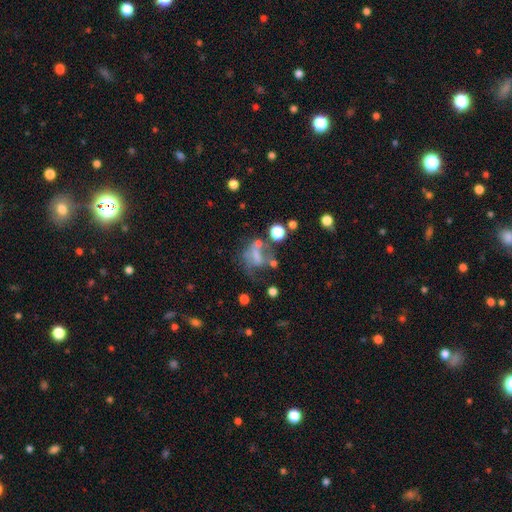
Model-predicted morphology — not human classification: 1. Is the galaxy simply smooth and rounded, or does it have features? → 42% smooth, 38% featured or disk, 20% star or artifact.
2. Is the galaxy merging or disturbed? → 38% major disturbance, 27% none, 18% minor disturbance, 17% merger.